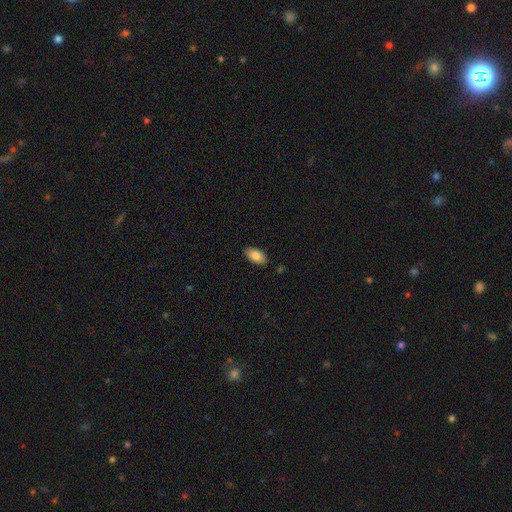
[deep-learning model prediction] A smooth galaxy with no disk features (86%) that is in between round and cigar-shaped (94%). Merging: none (88%).